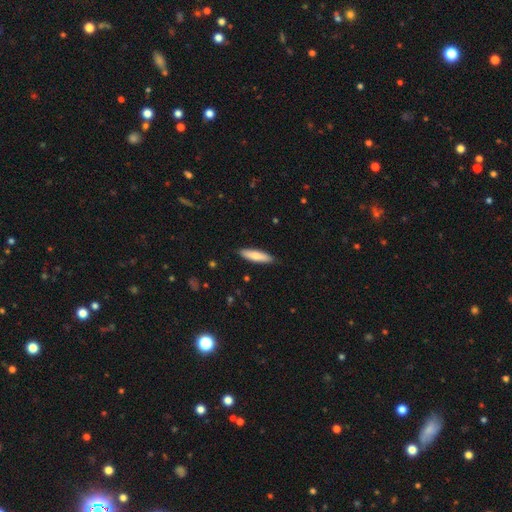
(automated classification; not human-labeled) Smooth or featured? Predicted: smooth (p=0.75). How rounded? Predicted: cigar-shaped (p=0.69). Merging? Predicted: none (p=0.88).